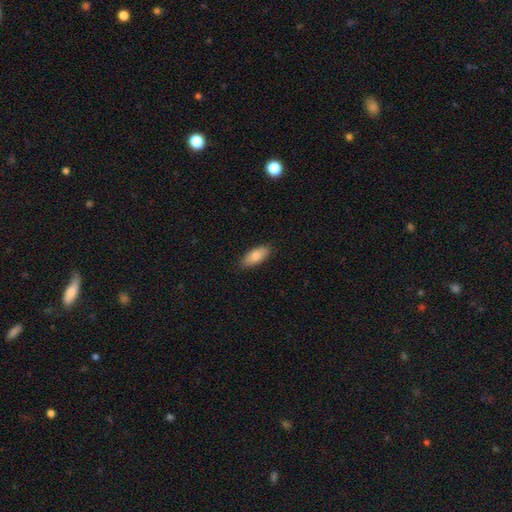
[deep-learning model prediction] smooth 85%, featured or disk 9%, star or artifact 6%. Down the decision tree: how rounded — in between (83%); merging — none (87%).